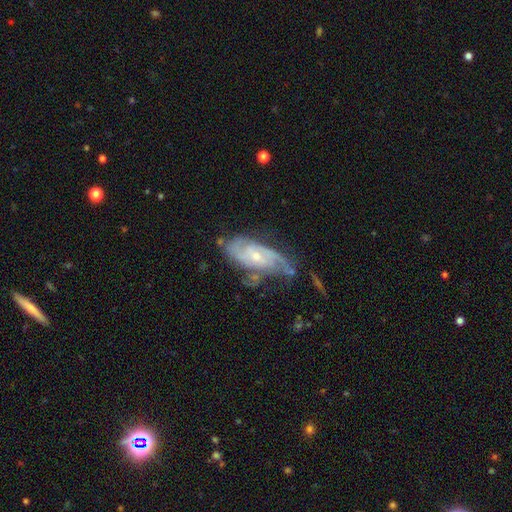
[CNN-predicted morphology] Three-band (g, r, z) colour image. It shows a featured or disk galaxy (83%) with no bar (60%), 2 (39%) tight (49%) spiral arms (93%) and a small central bulge (66%). Merging: none (51%).